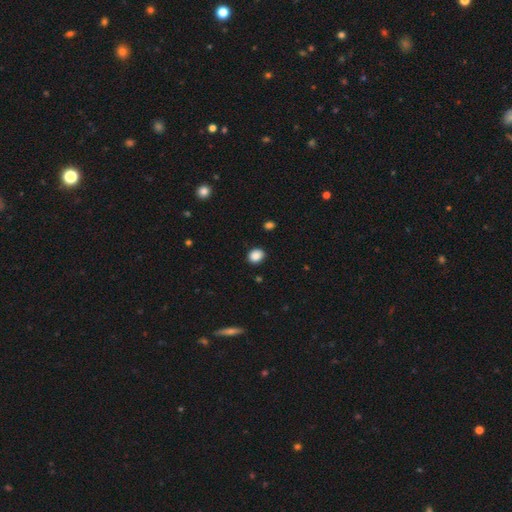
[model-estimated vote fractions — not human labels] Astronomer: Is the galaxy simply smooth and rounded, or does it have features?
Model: smooth — 88%.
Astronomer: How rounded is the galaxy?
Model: round — 62% (runner-up: in between, 37%).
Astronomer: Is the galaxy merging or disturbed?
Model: none — 88%.